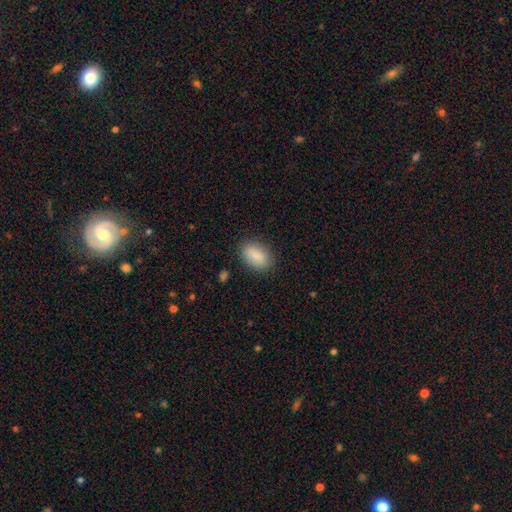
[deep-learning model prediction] smooth-or-featured: smooth: 87% | star or artifact: 7% | featured or disk: 6%
  how-rounded: in between: 89% | round: 9% | cigar-shaped: 2%
  merging: none: 85% | minor disturbance: 11% | major disturbance: 3% | merger: 1%